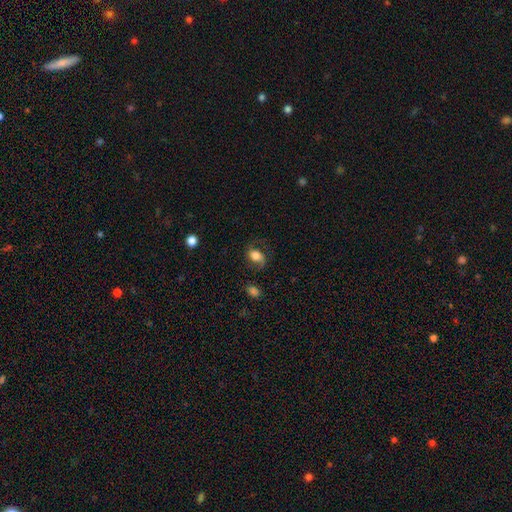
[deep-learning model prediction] This appears to be a smooth galaxy with no disk features (57%) that is in between round and cigar-shaped (77%). Merging: none (59%).